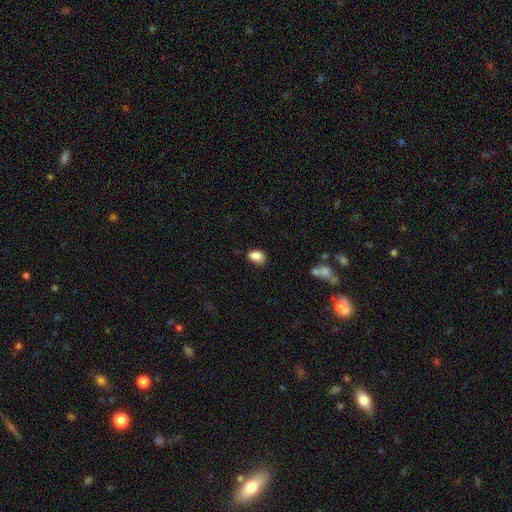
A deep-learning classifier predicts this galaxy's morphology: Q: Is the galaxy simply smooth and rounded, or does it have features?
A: smooth — 86%.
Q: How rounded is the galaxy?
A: in between — 86%.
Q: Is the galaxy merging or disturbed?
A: none — 67%.